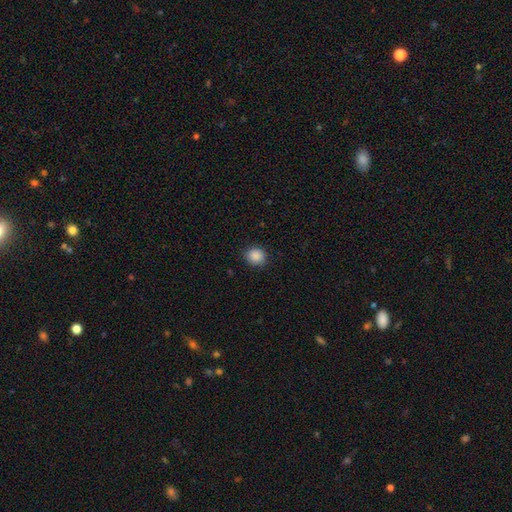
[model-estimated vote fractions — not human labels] Q: Smooth or featured?
A: smooth (88%); runner-up: star or artifact (9%)
Q: How rounded?
A: round (79%); runner-up: in between (20%)
Q: Merging?
A: none (88%); runner-up: minor disturbance (9%)